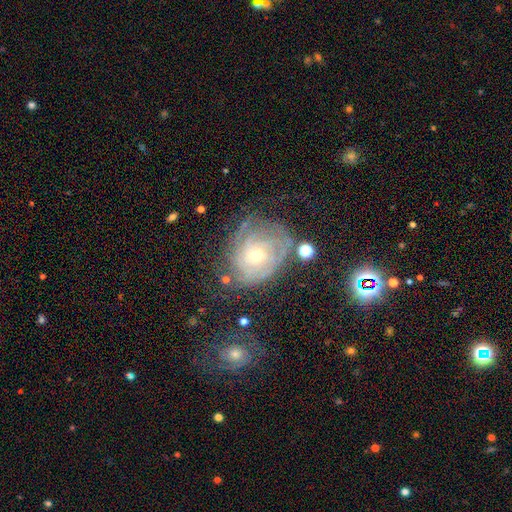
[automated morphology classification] This appears to be a featured or disk galaxy (80%) with no bar (77%), tight (73%) spiral arms (92%) and a small central bulge (59%). Merging: none (62%).